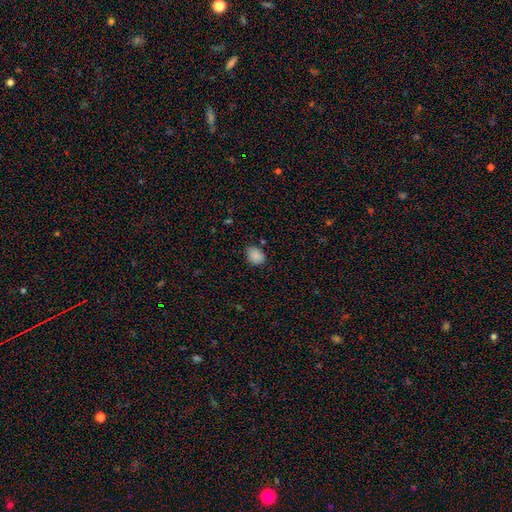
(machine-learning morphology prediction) Smooth or featured? Predicted: smooth (p=0.87). How rounded? Predicted: in between (p=0.65). Merging? Predicted: none (p=0.78).